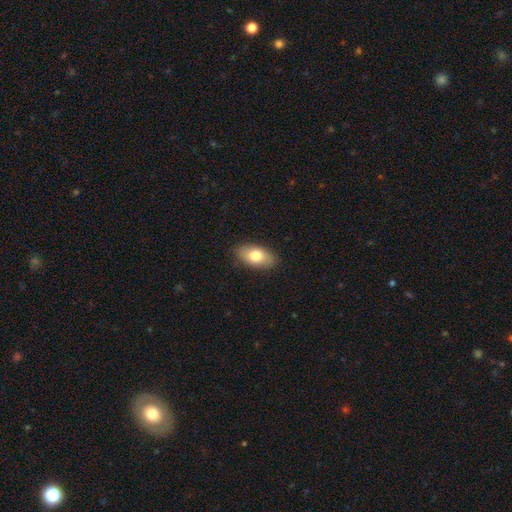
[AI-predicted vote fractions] Morphology: type=smooth (78%); roundness=in between (92%); merging=none (87%).